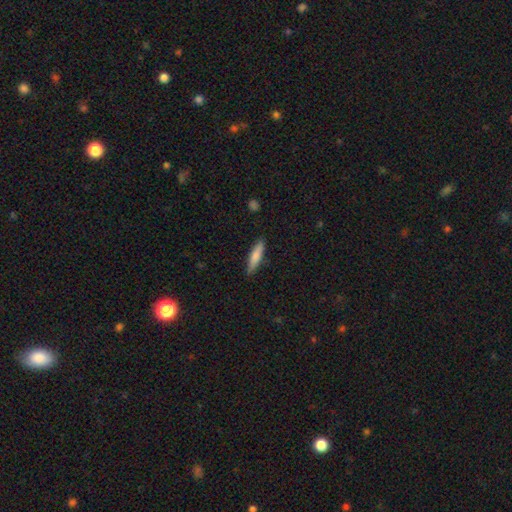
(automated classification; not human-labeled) smooth_or_featured: smooth (p=0.77) [alt: featured or disk p=0.17]
how_rounded: cigar-shaped (p=0.79) [alt: in between p=0.20]
merging: none (p=0.86) [alt: minor disturbance p=0.11]